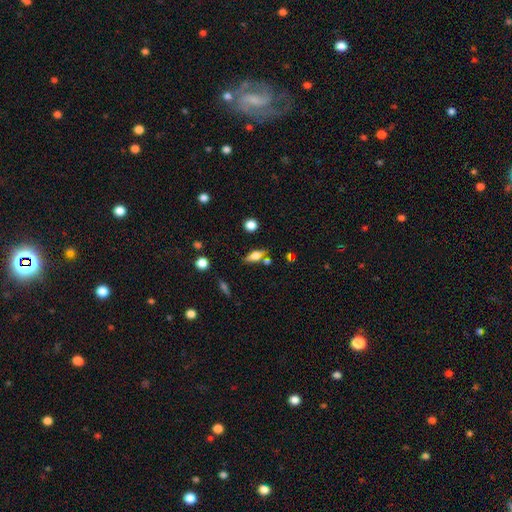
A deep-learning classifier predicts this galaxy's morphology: Overall: smooth (59%; featured or disk 31%). How rounded: in between (66%; cigar-shaped 27%). Merging: none (68%).